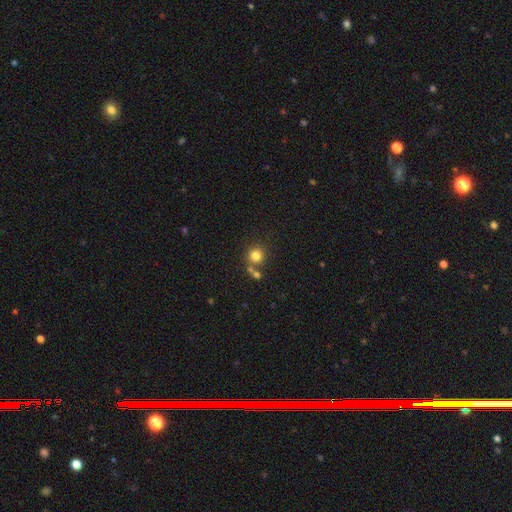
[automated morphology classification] smooth-or-featured: smooth: 79% | star or artifact: 13% | featured or disk: 7%
  how-rounded: round: 92% | in between: 7% | cigar-shaped: 1%
  merging: none: 67% | merger: 22% | minor disturbance: 8% | major disturbance: 3%